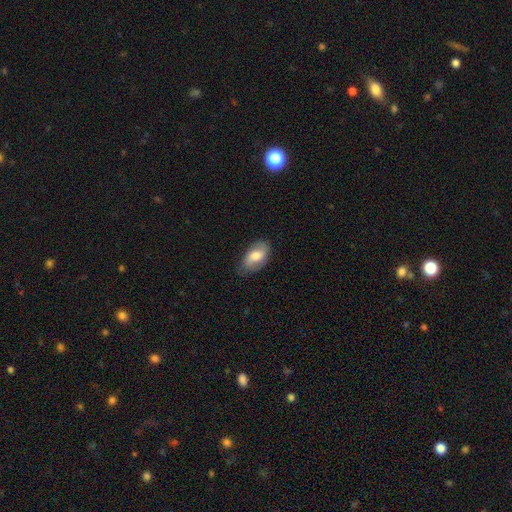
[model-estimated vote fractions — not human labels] Smooth or featured?
  - smooth: 68% *
  - featured or disk: 26%
  - star or artifact: 7%
How rounded?
  - in between: 92% *
  - round: 5%
  - cigar-shaped: 2%
Merging?
  - none: 76% *
  - minor disturbance: 19%
  - major disturbance: 4%
  - merger: 1%